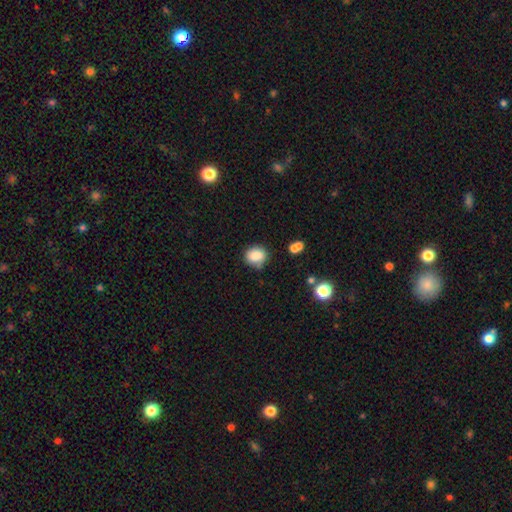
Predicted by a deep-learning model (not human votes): smooth_or_featured: smooth (p=0.86) [alt: star or artifact p=0.09]
how_rounded: round (p=0.66) [alt: in between p=0.33]
merging: none (p=0.72) [alt: minor disturbance p=0.18]